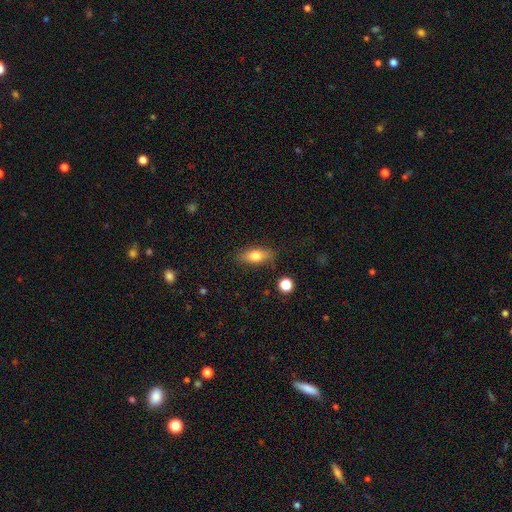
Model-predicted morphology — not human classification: type=smooth (74%); roundness=in between (76%); merging=none (82%).